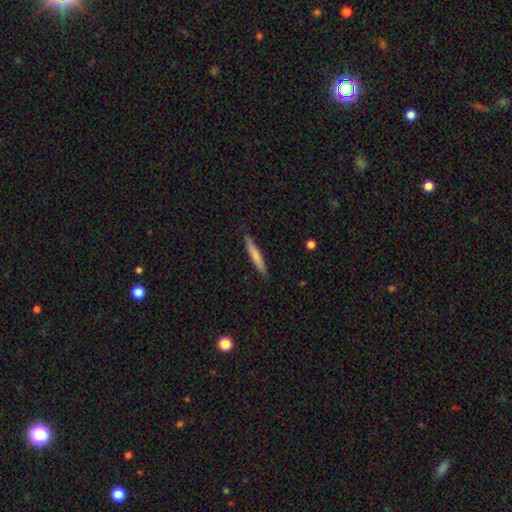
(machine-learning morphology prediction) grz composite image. It shows a smooth galaxy with no disk features (71%) that is cigar-shaped (94%). Merging: none (88%).